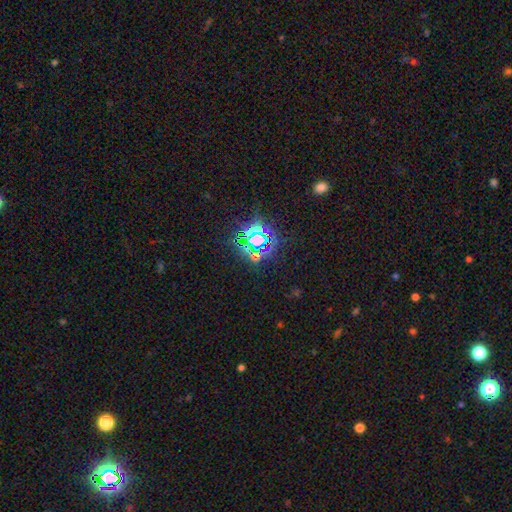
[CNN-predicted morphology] A star or artifact, not a galaxy (79%).

Vote fractions:
- Smooth or featured? star or artifact: 79% / smooth: 12% / featured or disk: 8%